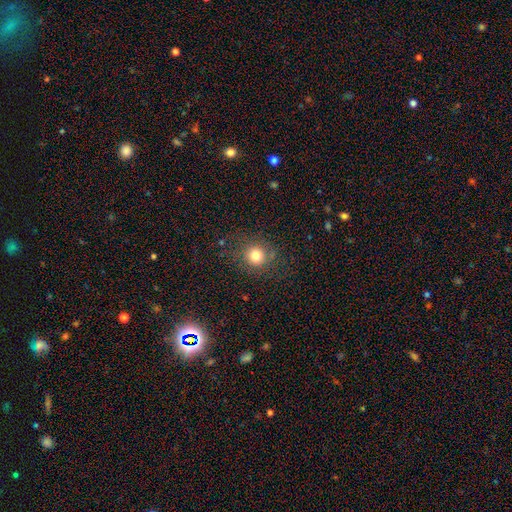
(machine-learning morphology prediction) This is likely a smooth galaxy (79%). How rounded: clearly round (87%). Merging: likely none (80%).